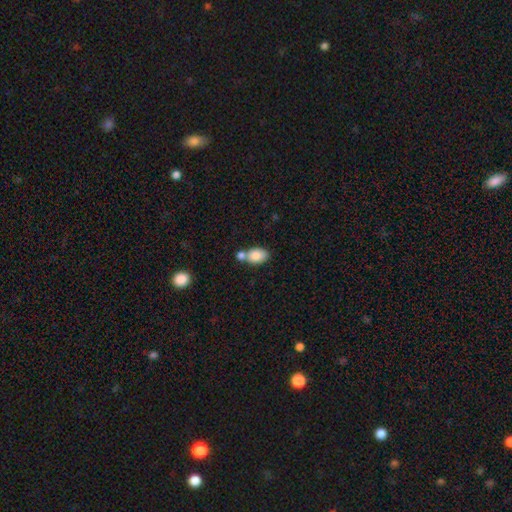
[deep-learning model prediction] Smooth or featured? smooth (81%)
How rounded? in between (86%)
Merging? none (46%)